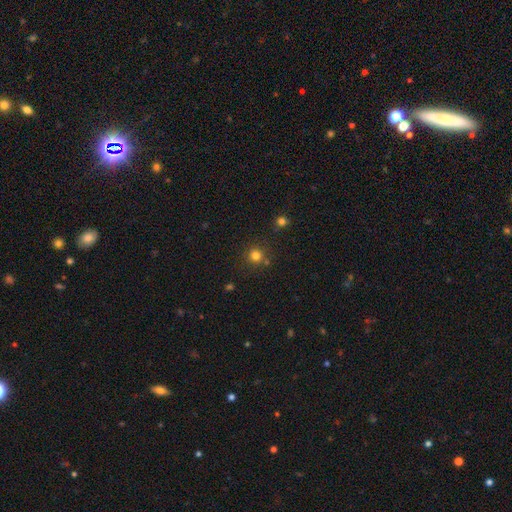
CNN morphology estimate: The model was most divided on "smooth or featured": smooth: 79%, star or artifact: 16%, featured or disk: 5%. More confident: how rounded — round (93%); merging — none (80%).